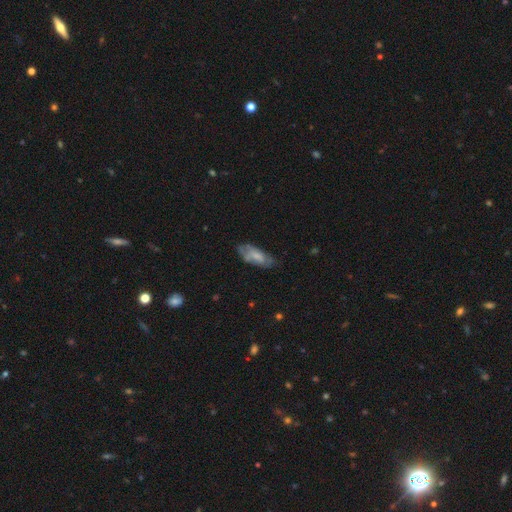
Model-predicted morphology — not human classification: This appears to be a smooth galaxy with no disk features (56%) that is in between round and cigar-shaped (80%). Merging: none (57%).